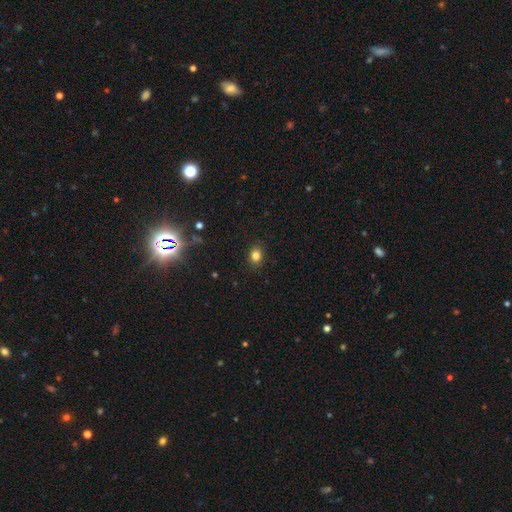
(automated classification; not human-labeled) smooth-or-featured: smooth: 82% | star or artifact: 12% | featured or disk: 6%
  how-rounded: in between: 53% | round: 45% | cigar-shaped: 1%
  merging: none: 88% | minor disturbance: 8% | major disturbance: 2% | merger: 1%